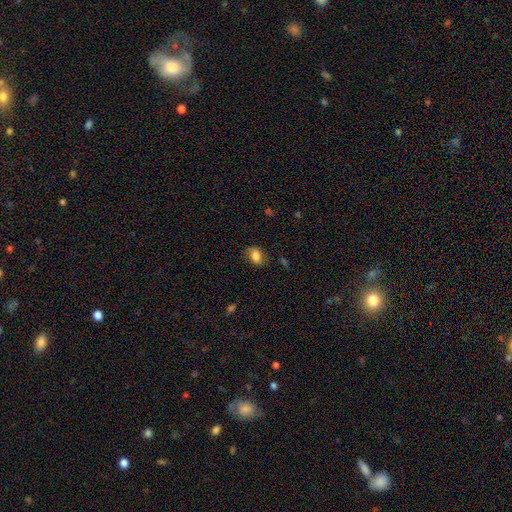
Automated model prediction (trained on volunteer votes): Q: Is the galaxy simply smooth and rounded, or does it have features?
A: smooth — 82%.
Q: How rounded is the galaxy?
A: in between — 75%.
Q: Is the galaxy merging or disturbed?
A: none — 76%.